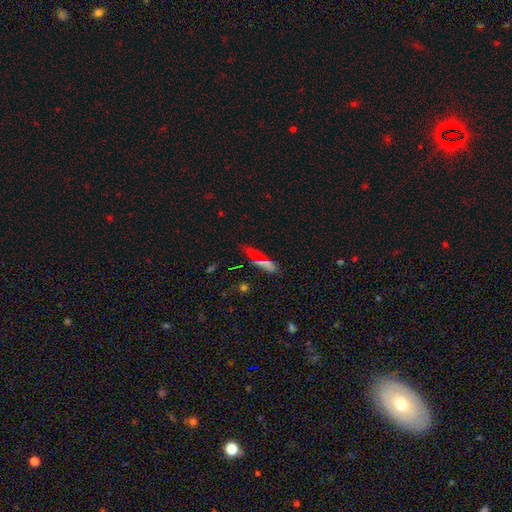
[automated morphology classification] Smooth or featured: smooth — 53% (featured or disk — 24%)
How rounded: cigar-shaped — 80% (in between — 15%)
Merging: none — 68% (minor disturbance — 18%)